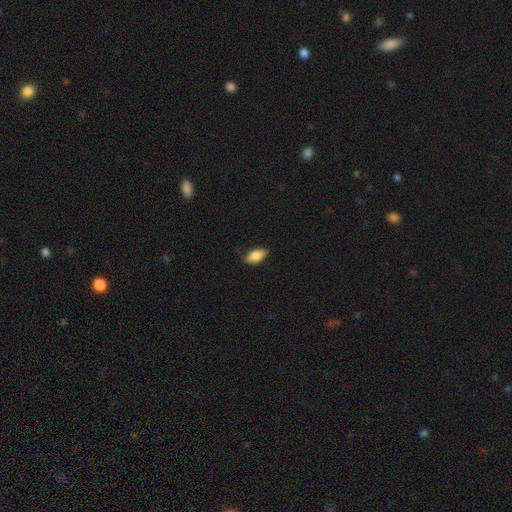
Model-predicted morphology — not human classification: smooth 84%, featured or disk 9%, star or artifact 7%. Down the decision tree: how rounded — in between (91%); merging — none (78%).